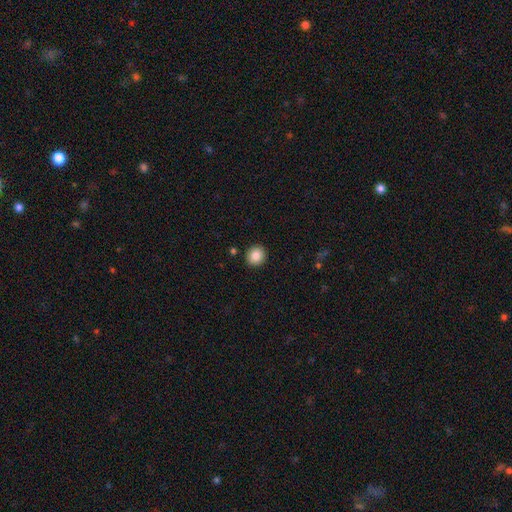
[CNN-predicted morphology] Smooth or featured? Predicted: smooth (p=0.86). How rounded? Predicted: round (p=0.88). Merging? Predicted: none (p=0.91).